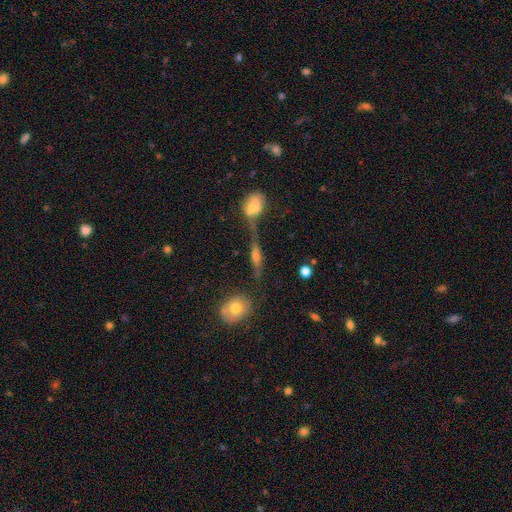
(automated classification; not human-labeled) Smooth or featured: featured or disk — 64% (smooth — 22%)
Edge-on disk: yes — 85% (no — 15%)
Edge-on bulge: rounded — 81% (boxy — 12%)
Merging: none — 54% (merger — 20%)